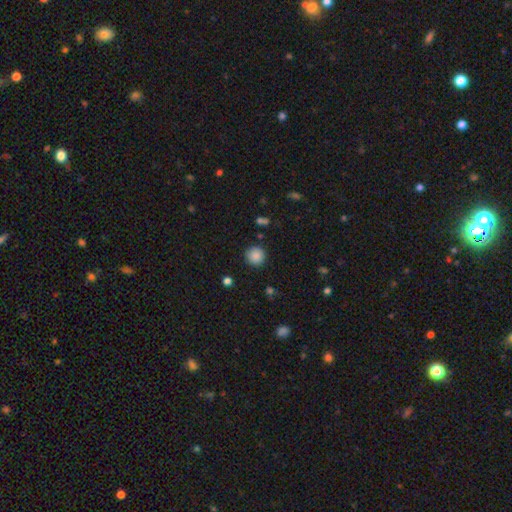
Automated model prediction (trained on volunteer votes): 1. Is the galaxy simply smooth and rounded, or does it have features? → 86% smooth, 10% star or artifact, 4% featured or disk.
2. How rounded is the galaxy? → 94% round, 5% in between, 1% cigar-shaped.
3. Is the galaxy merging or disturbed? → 89% none, 7% minor disturbance, 2% major disturbance, 1% merger.